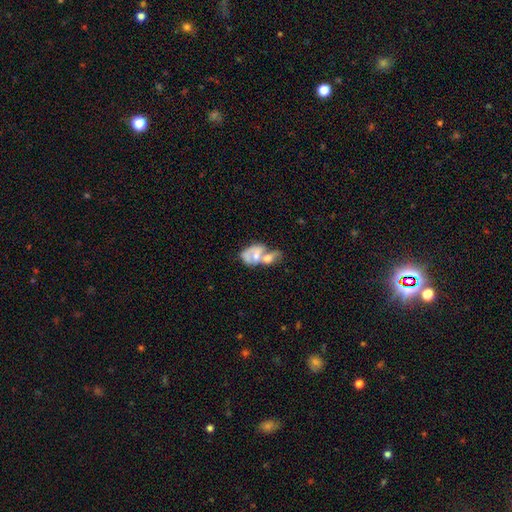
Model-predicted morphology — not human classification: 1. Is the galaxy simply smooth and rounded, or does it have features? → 50% featured or disk, 42% smooth, 8% star or artifact.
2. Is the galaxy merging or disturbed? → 74% merger, 10% none, 10% major disturbance, 7% minor disturbance.